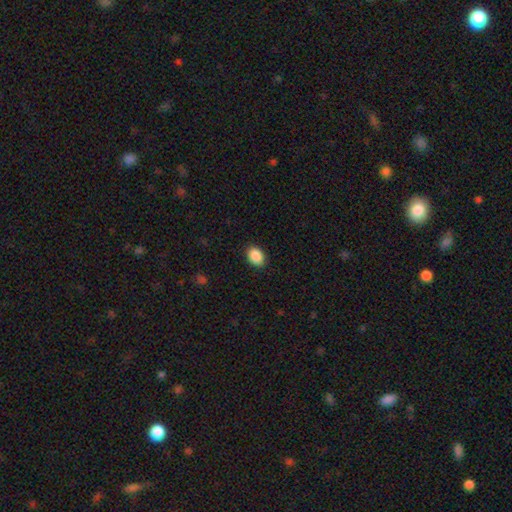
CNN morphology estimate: type=smooth (90%); roundness=in between (73%); merging=none (89%).